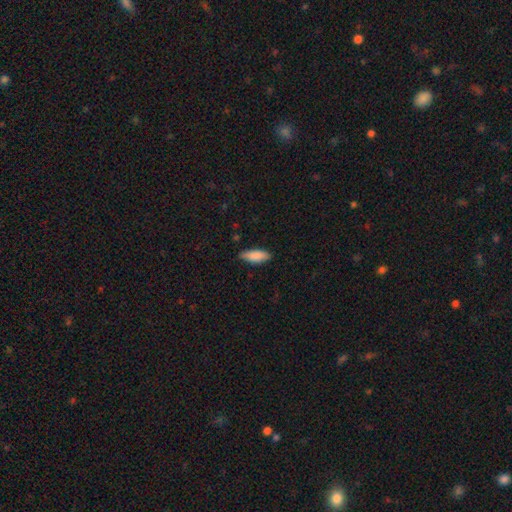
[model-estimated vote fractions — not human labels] smooth 87%, featured or disk 7%, star or artifact 6%. Down the decision tree: how rounded — in between (73%); merging — none (82%).